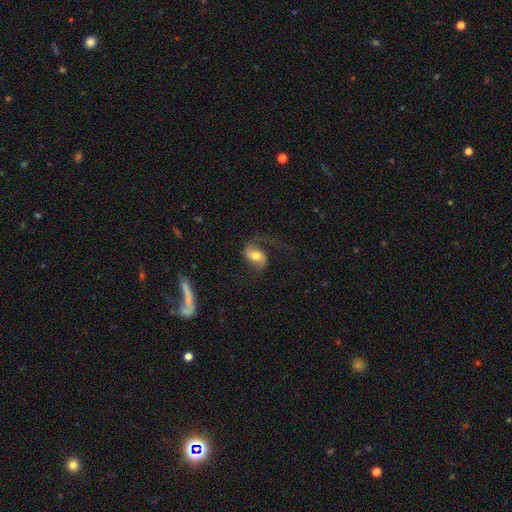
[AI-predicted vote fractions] smooth-or-featured: featured or disk: 70% | smooth: 23% | star or artifact: 7%
  disk-edge-on: no: 96% | yes: 4%
    bar: no: 50% | weak: 35% | strong: 15%
    has-spiral-arms: yes: 92% | no: 8%
      spiral-winding: loose: 64% | medium: 29% | tight: 7%
      spiral-arm-count: 2: 86% | 1: 8% | can't tell: 3% | 3: 1% | 4: 1% | more than 4: 1%
    bulge-size: moderate: 68% | large: 16% | small: 13% | dominant: 2% | none: 2%
  merging: none: 60% | major disturbance: 20% | minor disturbance: 18% | merger: 2%